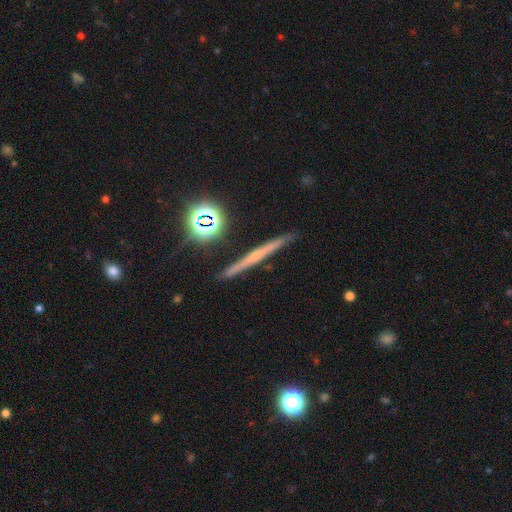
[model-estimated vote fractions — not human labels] The model was most divided on "edge-on bulge": none: 59%, rounded: 34%, boxy: 7%. More confident: edge-on disk — yes (96%); merging — none (89%); smooth or featured — featured or disk (57%).